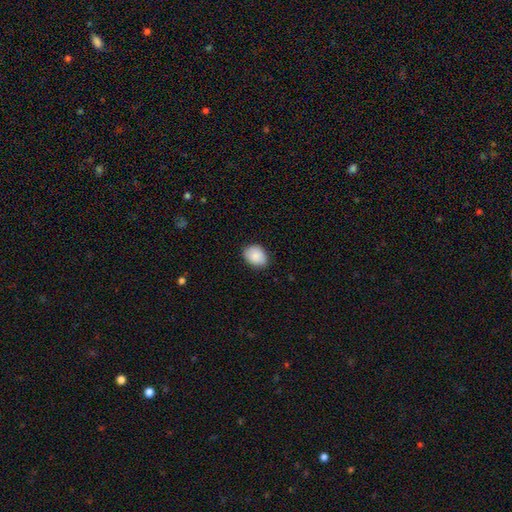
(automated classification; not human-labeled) Q: Smooth or featured?
A: smooth (87%); runner-up: star or artifact (7%)
Q: How rounded?
A: in between (67%); runner-up: round (32%)
Q: Merging?
A: none (81%); runner-up: minor disturbance (15%)